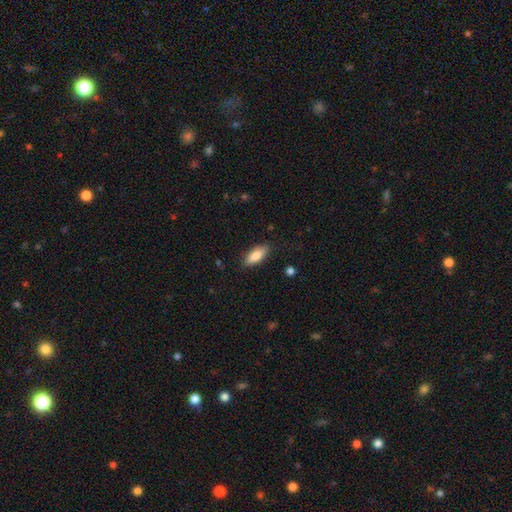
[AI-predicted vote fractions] Smooth or featured? Predicted: smooth (p=0.79). How rounded? Predicted: in between (p=0.70). Merging? Predicted: none (p=0.84).